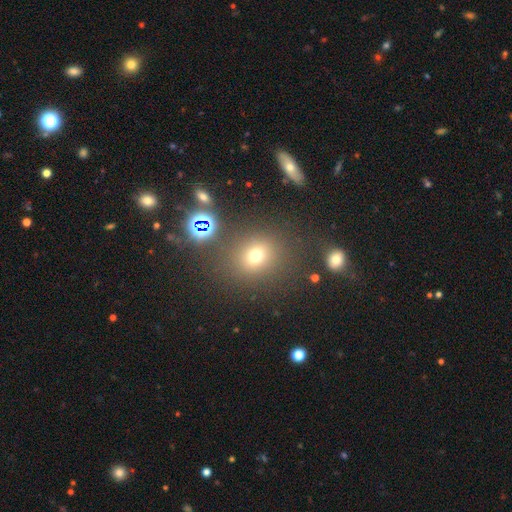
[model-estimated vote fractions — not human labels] The model was most divided on "smooth or featured": smooth: 69%, star or artifact: 22%, featured or disk: 9%. More confident: merging — none (79%); how rounded — round (74%).